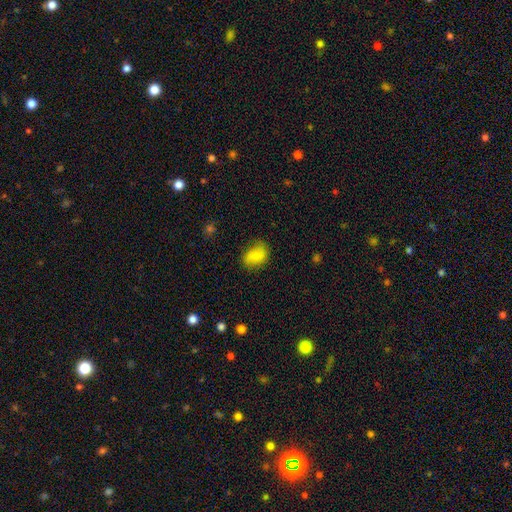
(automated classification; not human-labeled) Smooth or featured?
  - smooth: 78% *
  - featured or disk: 14%
  - star or artifact: 8%
How rounded?
  - in between: 79% *
  - round: 19%
  - cigar-shaped: 2%
Merging?
  - none: 73% *
  - minor disturbance: 20%
  - major disturbance: 5%
  - merger: 1%